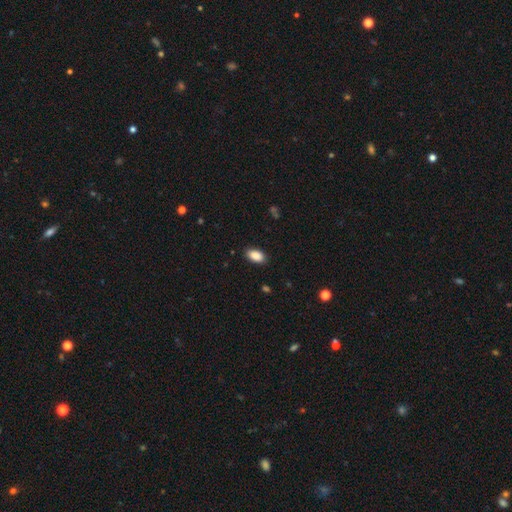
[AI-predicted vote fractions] smooth-or-featured: smooth: 89% | star or artifact: 7% | featured or disk: 3%
  how-rounded: in between: 93% | round: 4% | cigar-shaped: 2%
  merging: none: 88% | minor disturbance: 9% | major disturbance: 2% | merger: 1%